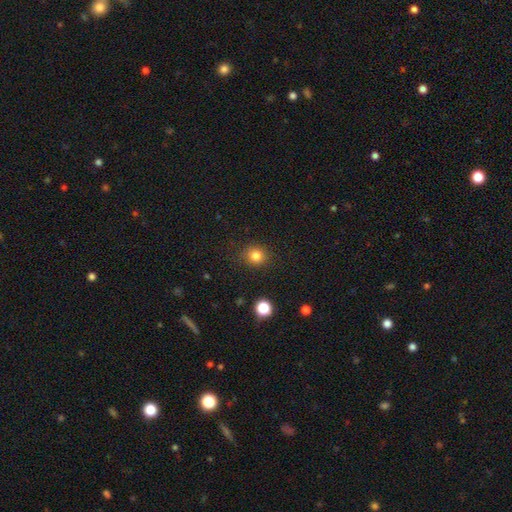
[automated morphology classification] type=smooth (82%); roundness=round (88%); merging=none (87%).